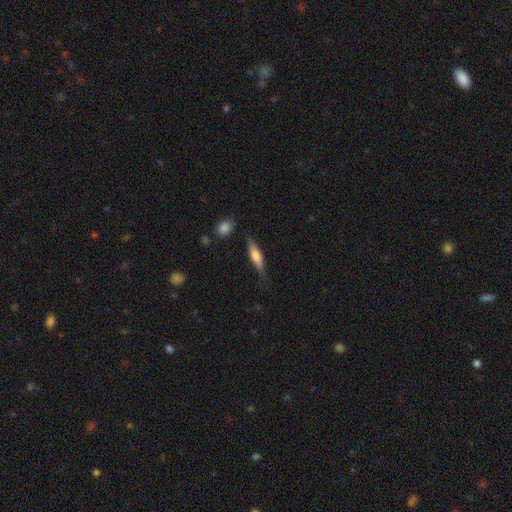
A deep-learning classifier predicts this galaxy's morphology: Q: Smooth or featured?
A: smooth (58%); runner-up: featured or disk (35%)
Q: How rounded?
A: cigar-shaped (73%); runner-up: in between (25%)
Q: Merging?
A: none (76%); runner-up: minor disturbance (17%)